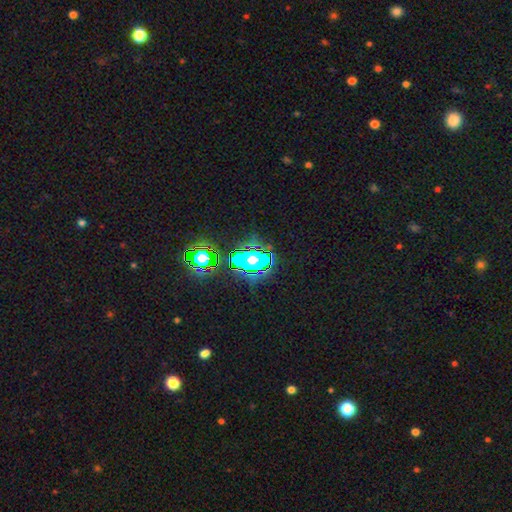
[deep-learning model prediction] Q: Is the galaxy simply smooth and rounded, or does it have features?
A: star or artifact — 68%.